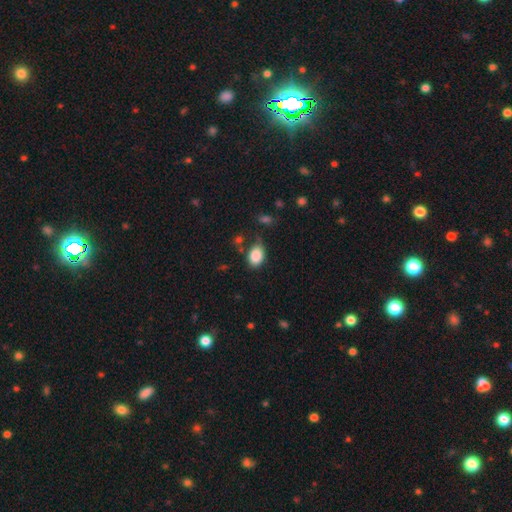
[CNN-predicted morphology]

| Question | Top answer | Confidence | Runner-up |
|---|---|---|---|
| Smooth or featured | smooth | 87% | star or artifact (8%) |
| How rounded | in between | 79% | round (20%) |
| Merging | none | 66% | minor disturbance (24%) |